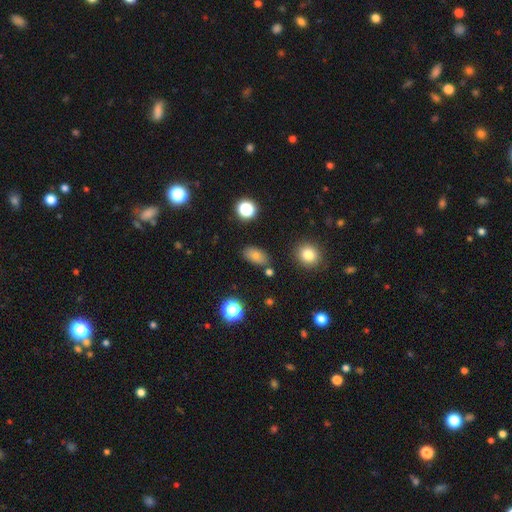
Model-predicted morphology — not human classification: The model was most divided on "smooth or featured": smooth: 75%, star or artifact: 14%, featured or disk: 11%. More confident: how rounded — in between (87%); merging — none (79%).